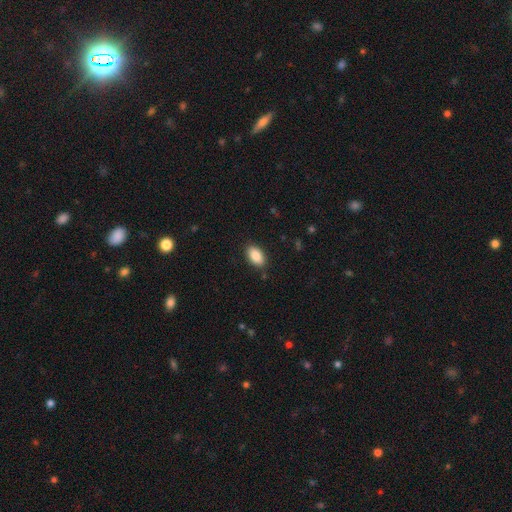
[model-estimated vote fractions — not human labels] Morphology: type=smooth (89%); roundness=in between (93%); merging=none (87%).